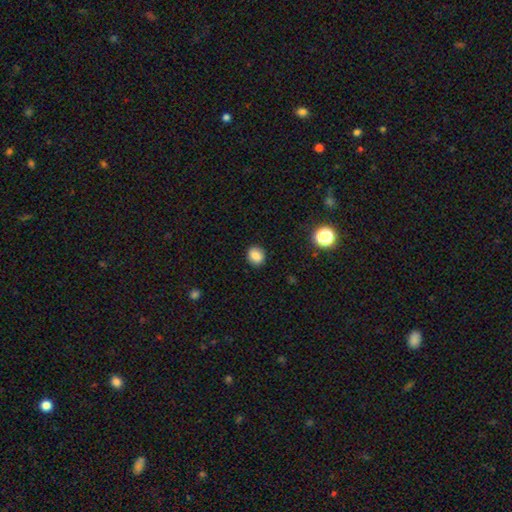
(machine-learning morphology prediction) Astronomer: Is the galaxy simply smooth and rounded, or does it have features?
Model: smooth — 83%.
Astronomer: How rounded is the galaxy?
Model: round — 71%.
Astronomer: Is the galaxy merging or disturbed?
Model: none — 89%.